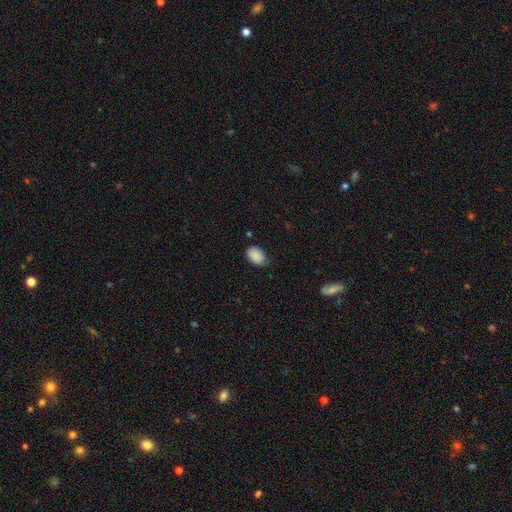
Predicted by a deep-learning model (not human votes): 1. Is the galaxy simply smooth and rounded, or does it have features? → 88% smooth, 7% star or artifact, 5% featured or disk.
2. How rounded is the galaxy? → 80% in between, 19% round, 1% cigar-shaped.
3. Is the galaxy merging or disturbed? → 64% none, 29% minor disturbance, 5% major disturbance, 2% merger.